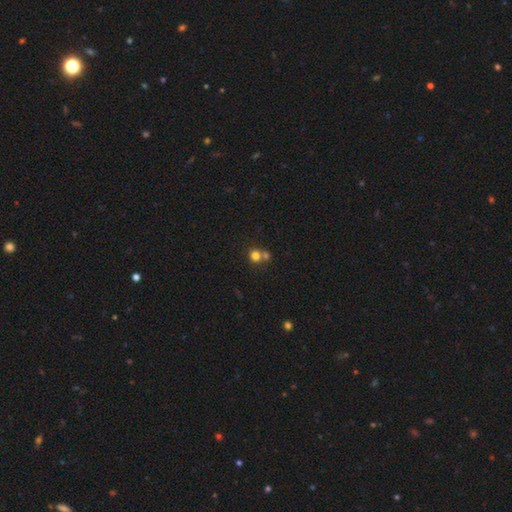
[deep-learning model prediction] smooth-or-featured: smooth: 76% | star or artifact: 14% | featured or disk: 9%
  how-rounded: round: 87% | in between: 12% | cigar-shaped: 1%
  merging: none: 50% | merger: 40% | minor disturbance: 7% | major disturbance: 3%